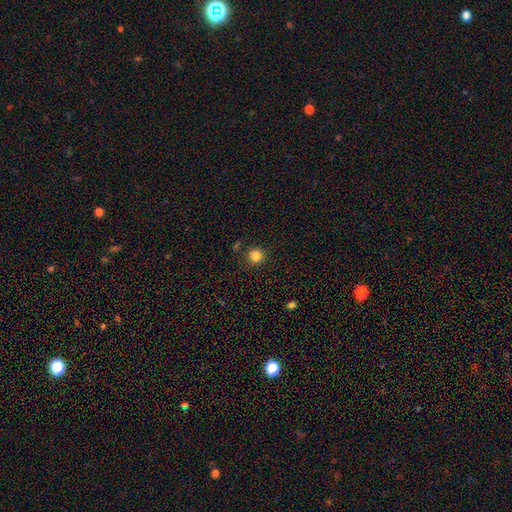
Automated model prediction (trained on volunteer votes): A smooth galaxy with no disk features (84%) that is round (94%). Merging: none (87%).